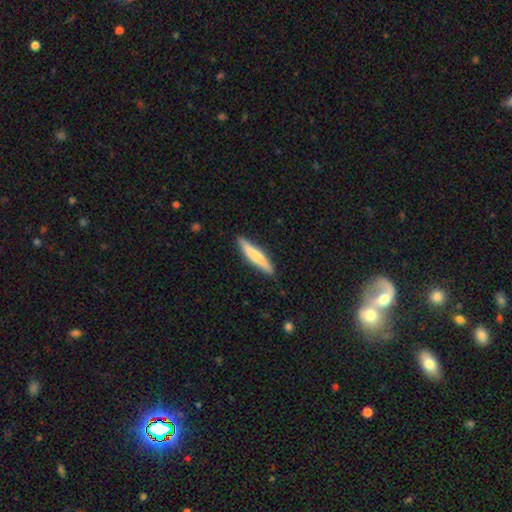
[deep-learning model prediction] smooth_or_featured: smooth (p=0.62) [alt: featured or disk p=0.33]
how_rounded: cigar-shaped (p=0.90) [alt: in between p=0.09]
merging: none (p=0.89) [alt: minor disturbance p=0.09]